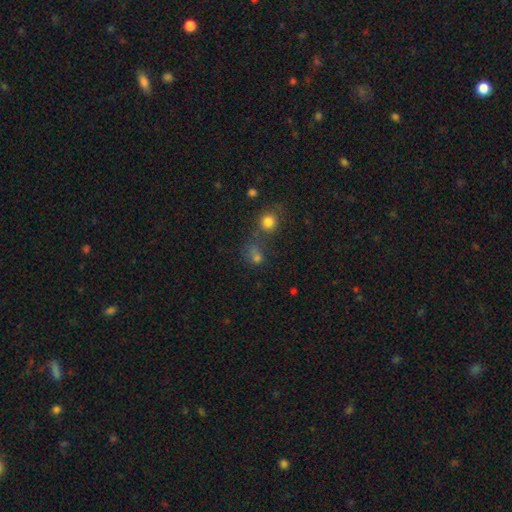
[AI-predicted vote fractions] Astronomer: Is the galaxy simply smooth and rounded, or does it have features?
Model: smooth — 58%.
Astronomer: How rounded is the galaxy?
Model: round — 72%.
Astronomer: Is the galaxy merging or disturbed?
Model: none — 45% (runner-up: merger, 34%).